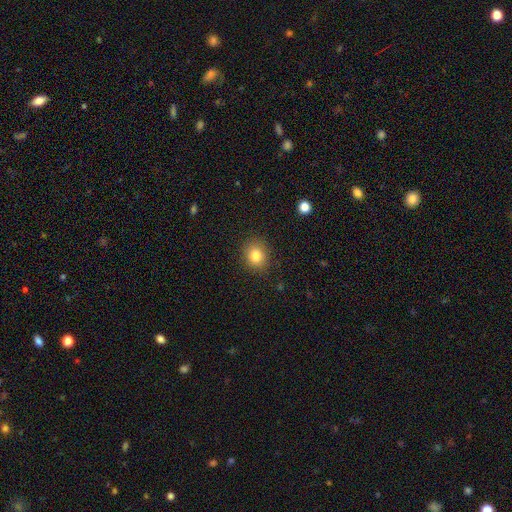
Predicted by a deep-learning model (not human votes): Morphology: type=smooth (82%); roundness=round (72%); merging=none (88%).